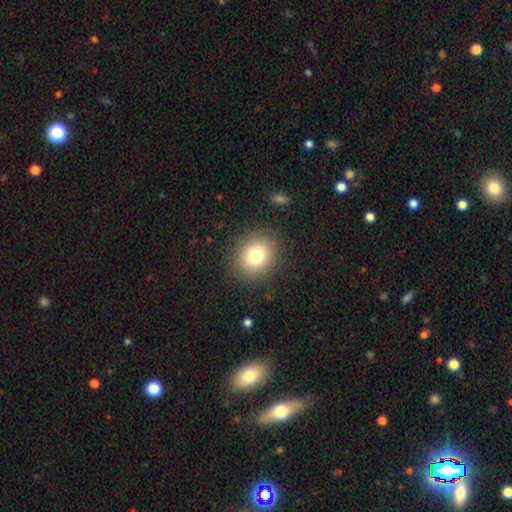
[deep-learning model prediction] Q: Smooth or featured?
A: smooth (78%); runner-up: star or artifact (12%)
Q: How rounded?
A: round (72%); runner-up: in between (27%)
Q: Merging?
A: none (88%); runner-up: minor disturbance (8%)